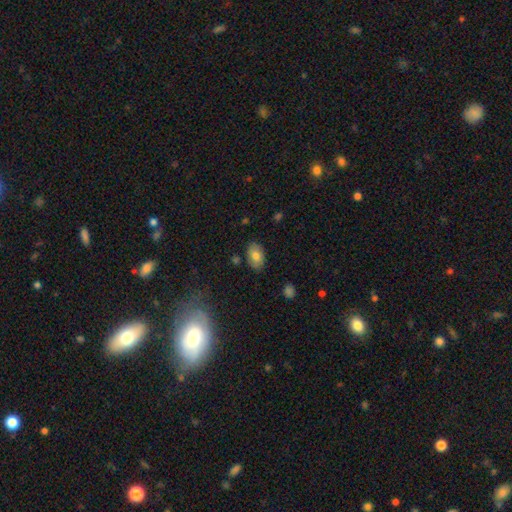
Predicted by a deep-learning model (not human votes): Overall: smooth (76%). How rounded: in between (89%). Merging: none (82%).